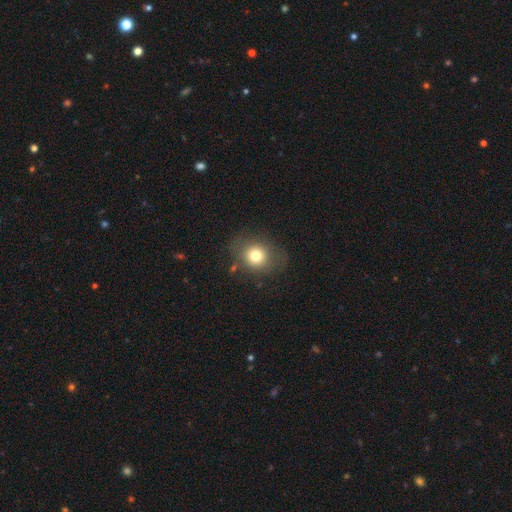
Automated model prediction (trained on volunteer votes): Q: Smooth or featured?
A: smooth (75%); runner-up: featured or disk (13%)
Q: How rounded?
A: round (72%); runner-up: in between (27%)
Q: Merging?
A: none (75%); runner-up: minor disturbance (15%)